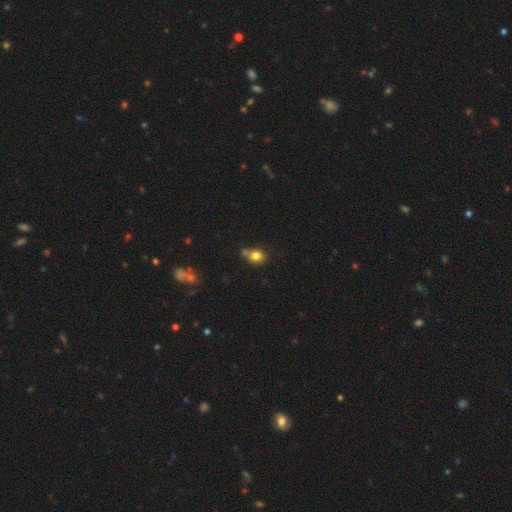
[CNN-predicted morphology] Smooth or featured? Predicted: smooth (p=0.79). How rounded? Predicted: round (p=0.69). Merging? Predicted: none (p=0.50).